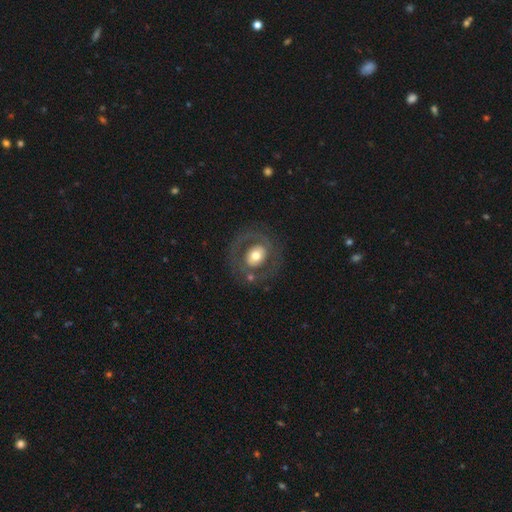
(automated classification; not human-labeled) Smooth or featured? featured or disk (53%)
Edge-on disk? no (95%)
Bar? no (73%)
Spiral arms? no (71%)
Bulge size? moderate (61%)
Merging? none (73%)